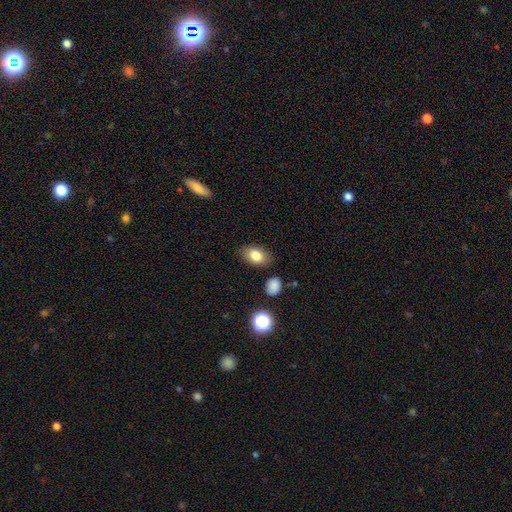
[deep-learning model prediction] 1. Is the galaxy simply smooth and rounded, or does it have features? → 81% smooth, 10% featured or disk, 9% star or artifact.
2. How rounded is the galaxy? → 87% in between, 11% round, 2% cigar-shaped.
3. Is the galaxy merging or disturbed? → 83% none, 12% minor disturbance, 3% major disturbance, 2% merger.